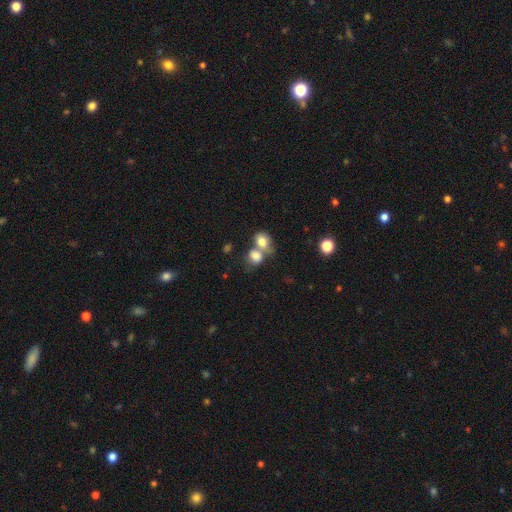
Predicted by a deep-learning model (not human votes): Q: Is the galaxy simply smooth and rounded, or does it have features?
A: smooth — 79%.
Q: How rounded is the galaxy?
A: in between — 55%.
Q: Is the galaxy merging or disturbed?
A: merger — 63%.